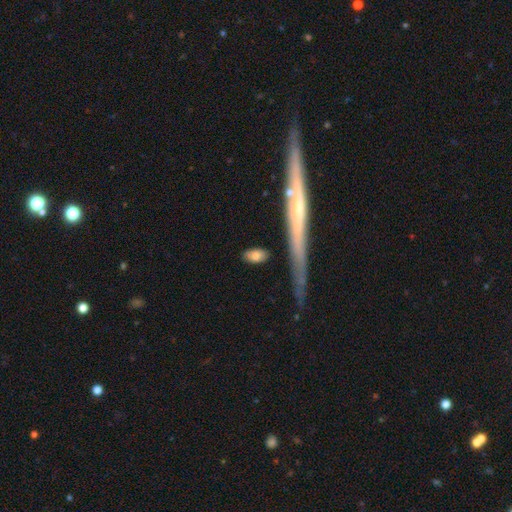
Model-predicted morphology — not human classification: smooth 79%, featured or disk 14%, star or artifact 7%. Down the decision tree: how rounded — in between (83%); merging — none (78%).